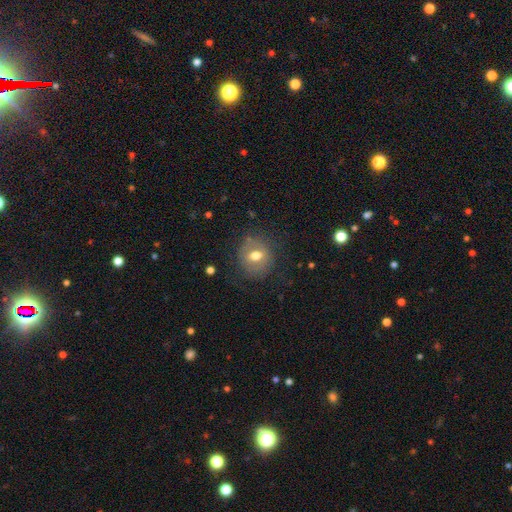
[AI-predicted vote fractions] Morphology: type=smooth (60%); roundness=round (73%); merging=none (76%).